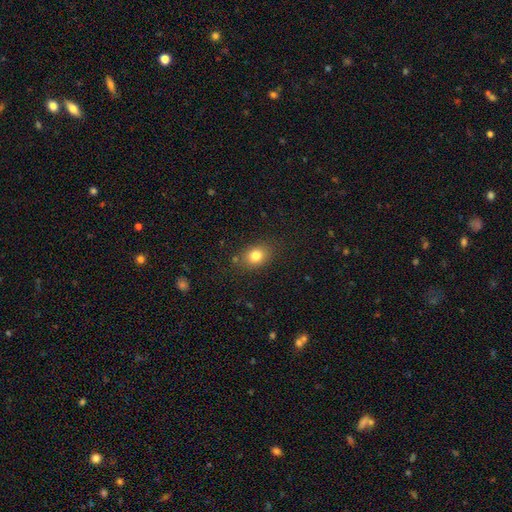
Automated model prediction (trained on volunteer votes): This appears to be a smooth galaxy with no disk features (81%) that is in between round and cigar-shaped (53%). Merging: none (81%).